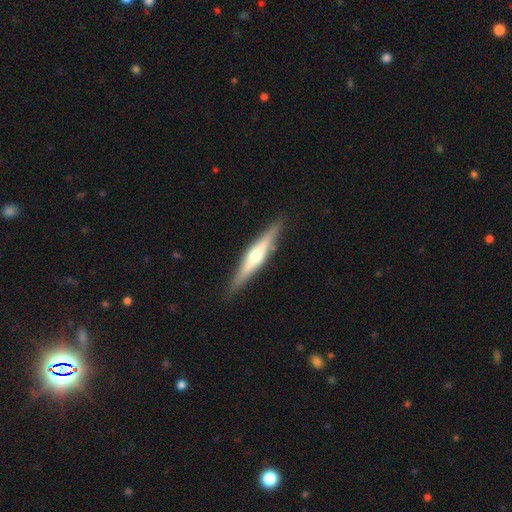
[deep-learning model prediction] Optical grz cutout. It shows a featured or disk galaxy (69%) viewed edge-on (97%) with a rounded central bulge (87%). Merging: none (89%).